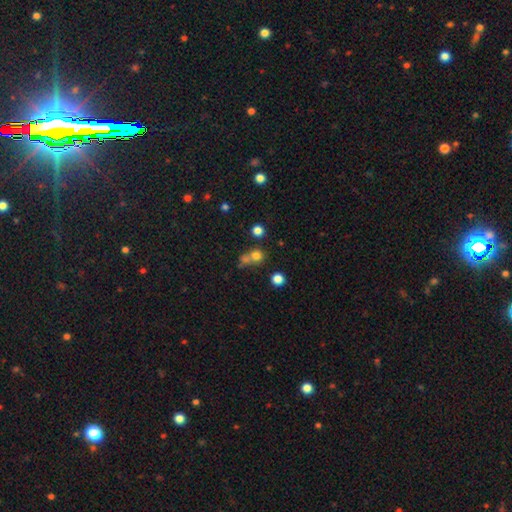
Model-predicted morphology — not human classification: Smooth or featured? Predicted: smooth (p=0.71). How rounded? Predicted: round (p=0.88). Merging? Predicted: none (p=0.53).